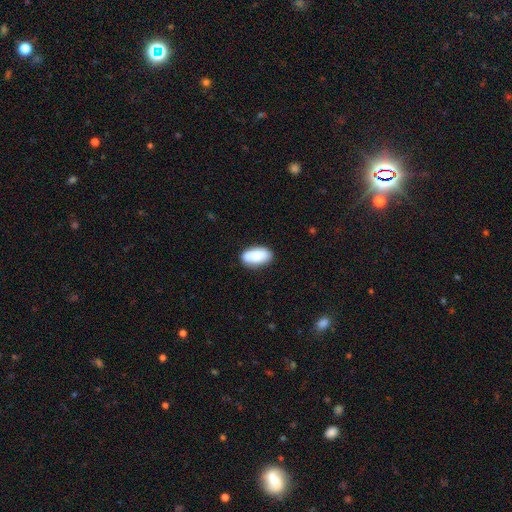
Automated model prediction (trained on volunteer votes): Smooth or featured? smooth (83%)
How rounded? in between (94%)
Merging? none (79%)